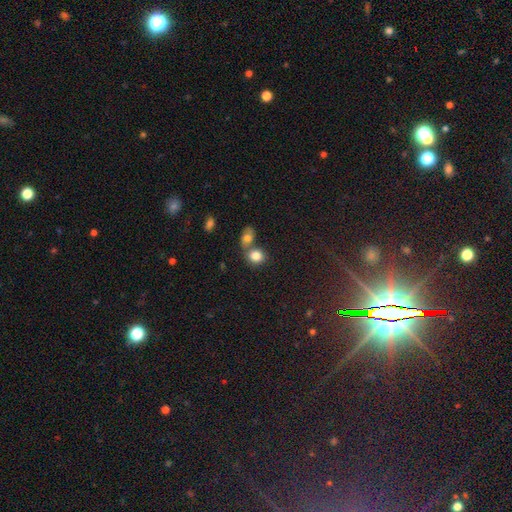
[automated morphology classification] A smooth galaxy with no disk features (81%) that is round (66%).

Vote fractions:
- Smooth or featured? smooth: 81% / star or artifact: 10% / featured or disk: 9%
- How rounded? round: 66% / in between: 32% / cigar-shaped: 1%
- Merging? merger: 46% / none: 41% / minor disturbance: 9% / major disturbance: 4%